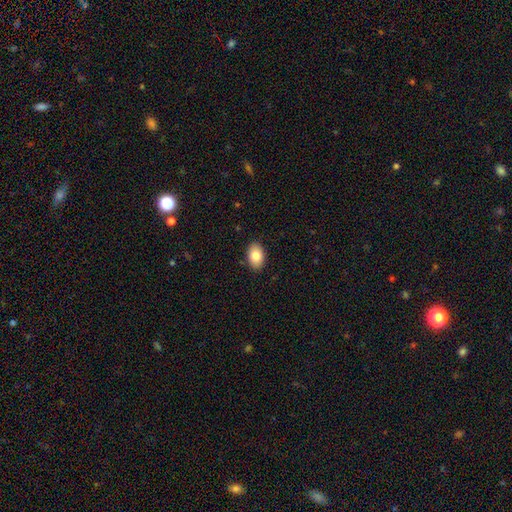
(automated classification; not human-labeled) Overall: smooth (84%). How rounded: in between (88%). Merging: none (89%).